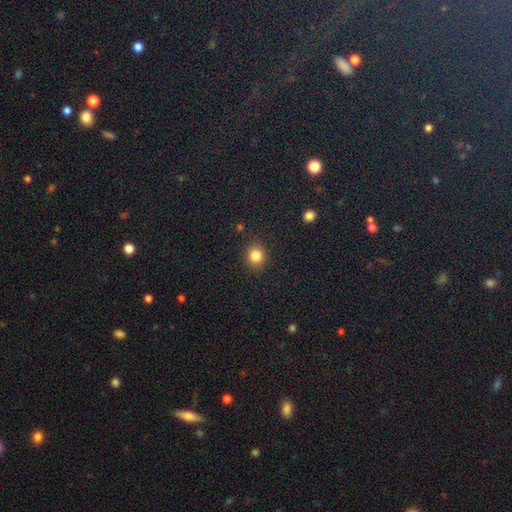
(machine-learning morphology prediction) A smooth galaxy with no disk features (84%) that is round (81%). Merging: none (89%).